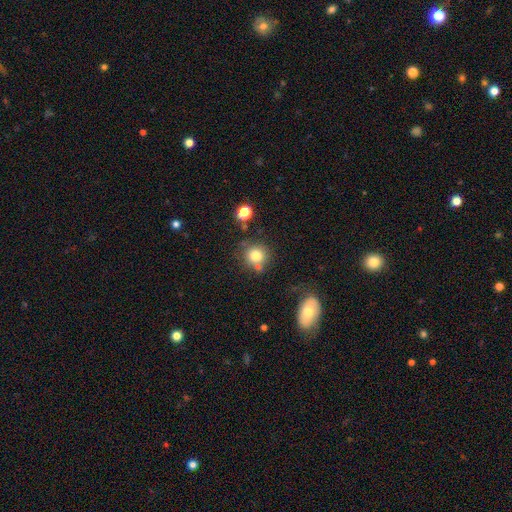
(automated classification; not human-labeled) smooth-or-featured: smooth: 79% | star or artifact: 12% | featured or disk: 10%
  how-rounded: round: 88% | in between: 11% | cigar-shaped: 1%
  merging: none: 67% | merger: 15% | minor disturbance: 14% | major disturbance: 4%